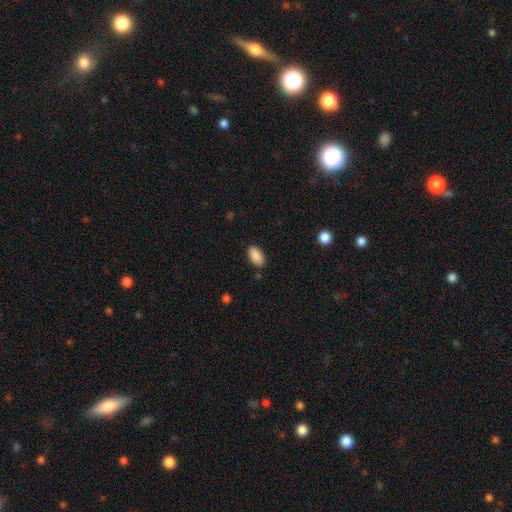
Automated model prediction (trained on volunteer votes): Morphology: type=smooth (90%); roundness=in between (94%); merging=none (87%).